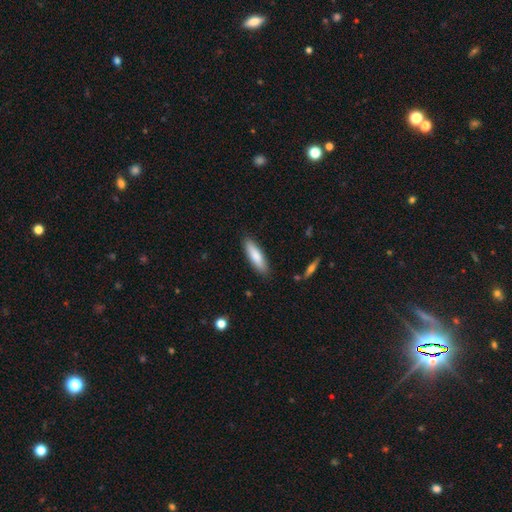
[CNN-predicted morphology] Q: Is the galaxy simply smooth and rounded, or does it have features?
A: smooth — 81%.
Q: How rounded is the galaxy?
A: cigar-shaped — 64%.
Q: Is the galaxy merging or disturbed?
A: none — 87%.